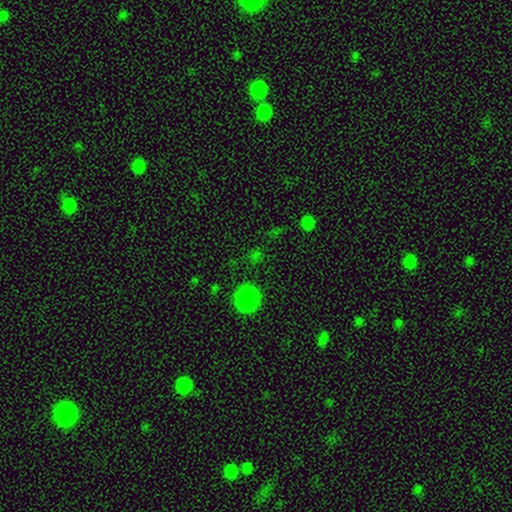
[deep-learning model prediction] Smooth or featured?
  - smooth: 66% *
  - star or artifact: 29%
  - featured or disk: 5%
How rounded?
  - round: 84% *
  - in between: 14%
  - cigar-shaped: 2%
Merging?
  - none: 84% *
  - minor disturbance: 8%
  - major disturbance: 5%
  - merger: 3%